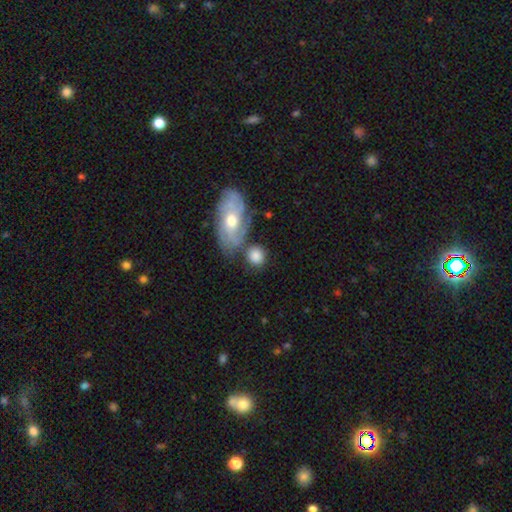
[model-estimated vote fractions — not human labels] smooth_or_featured: smooth (p=0.76) [alt: featured or disk p=0.17]
how_rounded: round (p=0.76) [alt: in between p=0.22]
merging: none (p=0.60) [alt: merger p=0.20]